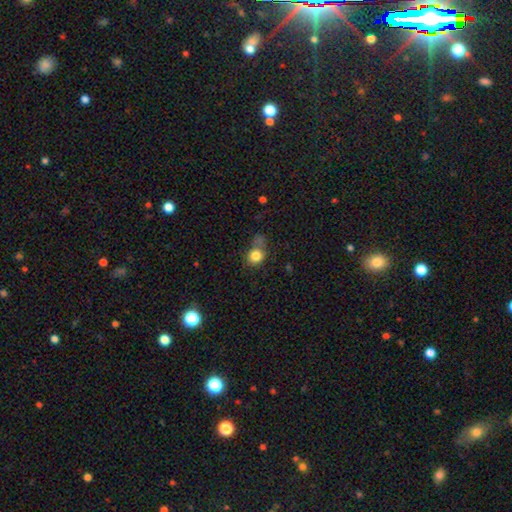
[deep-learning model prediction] This appears to be a smooth galaxy with no disk features (81%) that is round (76%). Merging: none (49%).